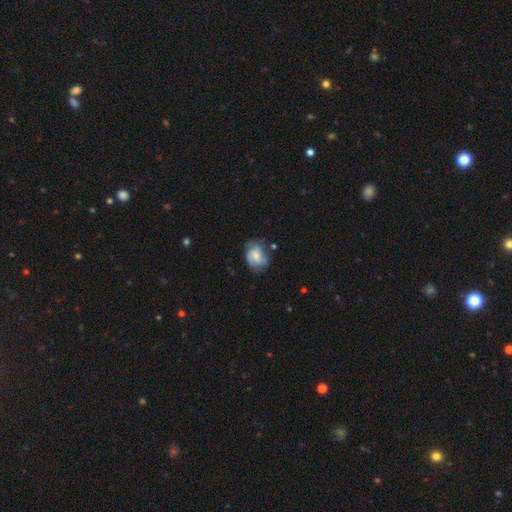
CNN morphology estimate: Overall: smooth (58%; featured or disk 34%). How rounded: in between (60%; round 38%). Merging: none (54%; minor disturbance 30%).